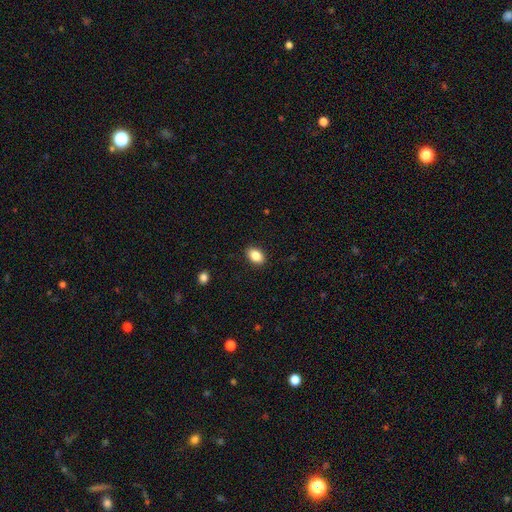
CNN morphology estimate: Smooth or featured: smooth — 87% (star or artifact — 8%)
How rounded: in between — 87% (round — 12%)
Merging: none — 89% (minor disturbance — 8%)